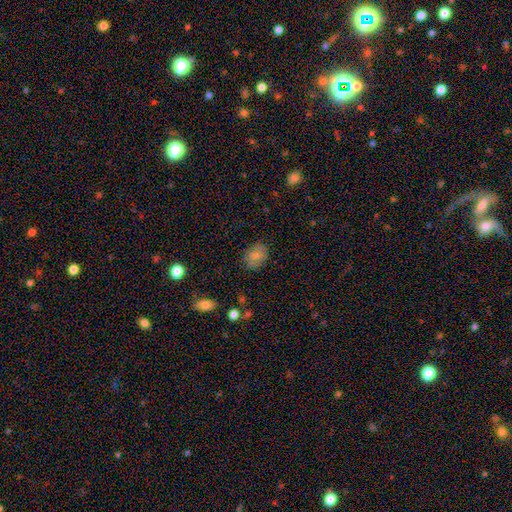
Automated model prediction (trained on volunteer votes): Smooth or featured? smooth (80%)
How rounded? in between (67%)
Merging? none (83%)